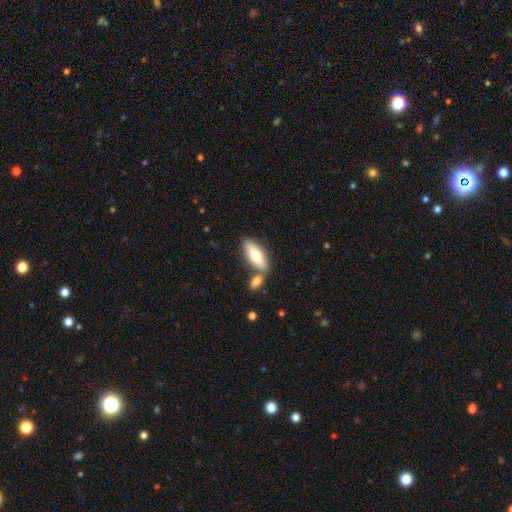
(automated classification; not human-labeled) Q: Smooth or featured?
A: smooth (67%); runner-up: featured or disk (27%)
Q: How rounded?
A: in between (72%); runner-up: cigar-shaped (25%)
Q: Merging?
A: none (62%); runner-up: merger (24%)